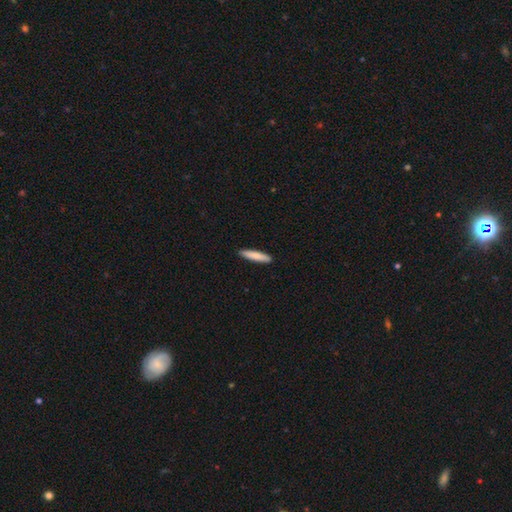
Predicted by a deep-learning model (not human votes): Q: Smooth or featured?
A: smooth (81%); runner-up: featured or disk (14%)
Q: How rounded?
A: cigar-shaped (87%); runner-up: in between (11%)
Q: Merging?
A: none (91%); runner-up: minor disturbance (6%)